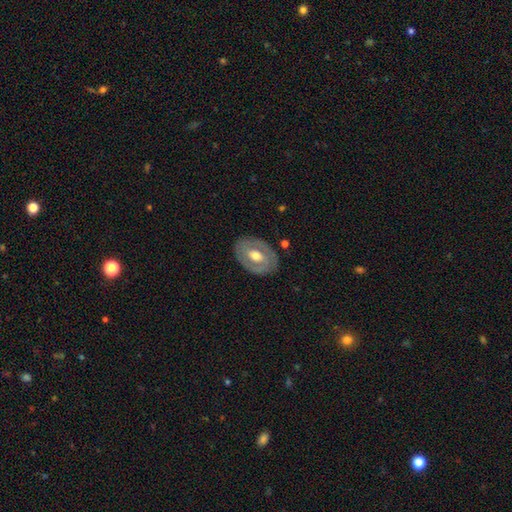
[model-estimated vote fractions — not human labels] This is likely a featured or disk galaxy (62%). It is clearly not viewed edge-on (93%). Bar: possibly no (52%). Spiral arm pattern: likely no (65%). Central bulge: likely moderate (73%). Merging: clearly none (82%).